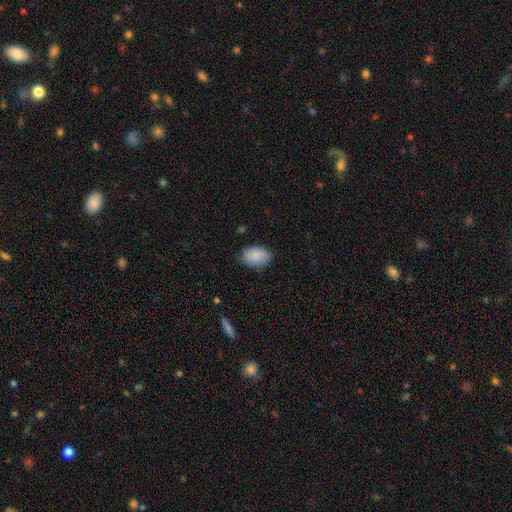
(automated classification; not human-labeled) A smooth galaxy with no disk features (88%) that is in between round and cigar-shaped (86%). Merging: none (81%).